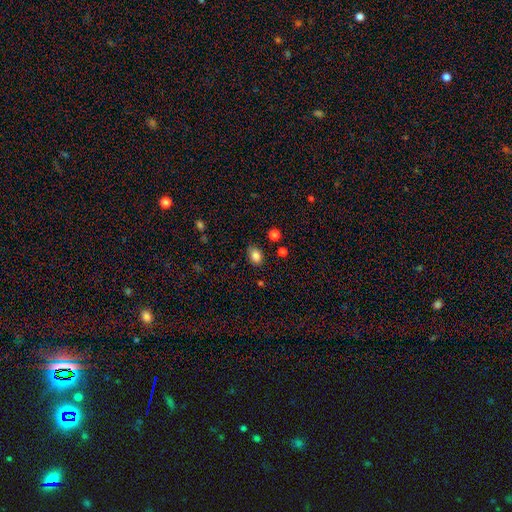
Smooth or featured? 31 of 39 (79%) said smooth. How rounded? 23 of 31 (74%) said in between. Merging? 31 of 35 (89%) said none.